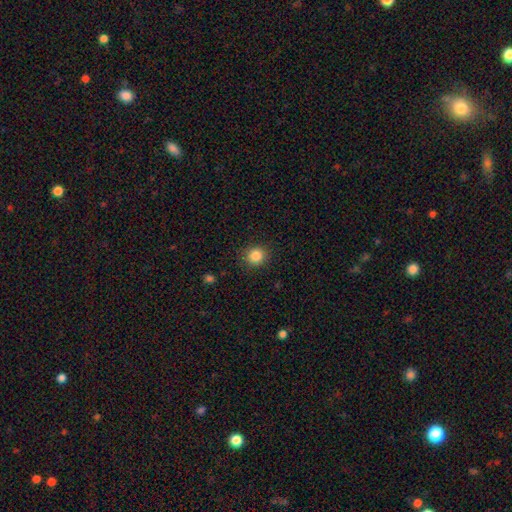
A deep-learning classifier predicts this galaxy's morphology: Smooth or featured?
  - smooth: 85% *
  - star or artifact: 11%
  - featured or disk: 5%
How rounded?
  - round: 84% *
  - in between: 15%
  - cigar-shaped: 1%
Merging?
  - none: 88% *
  - minor disturbance: 8%
  - major disturbance: 3%
  - merger: 1%